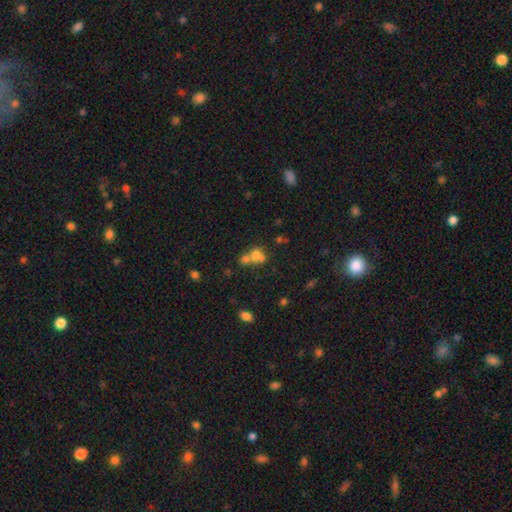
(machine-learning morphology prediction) This appears to be a smooth galaxy with no disk features (68%) that is round (70%). Merging: merger (58%).